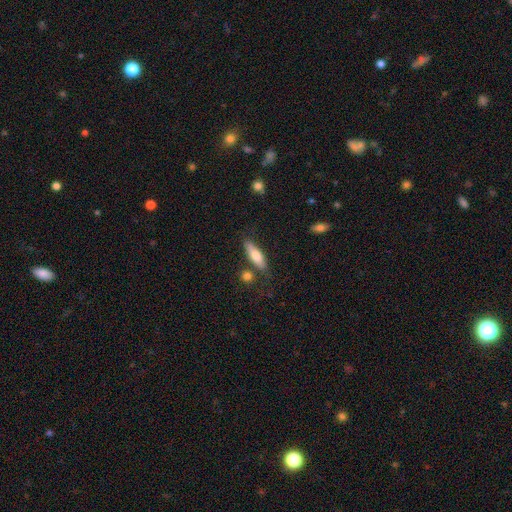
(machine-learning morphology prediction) This appears to be a smooth galaxy with no disk features (72%) that is cigar-shaped (53%). Merging: none (71%).